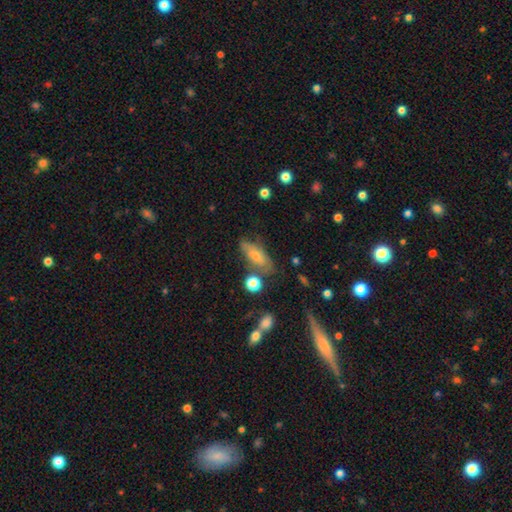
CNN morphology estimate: smooth_or_featured: smooth (p=0.54) [alt: featured or disk p=0.35]
how_rounded: in between (p=0.65) [alt: cigar-shaped p=0.30]
merging: none (p=0.63) [alt: minor disturbance p=0.23]